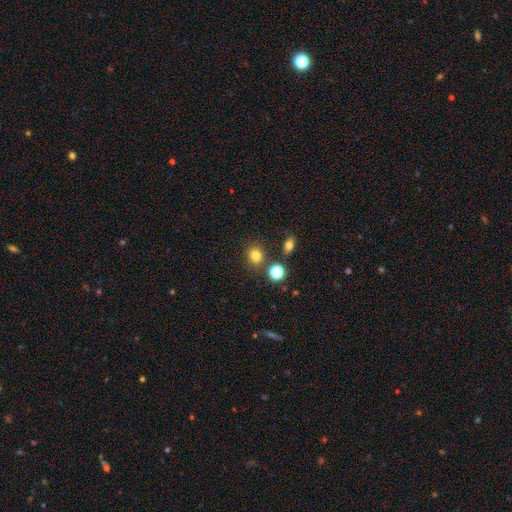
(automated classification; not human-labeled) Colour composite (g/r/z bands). It shows a smooth galaxy with no disk features (79%) that is round (66%). Merging: none (78%).